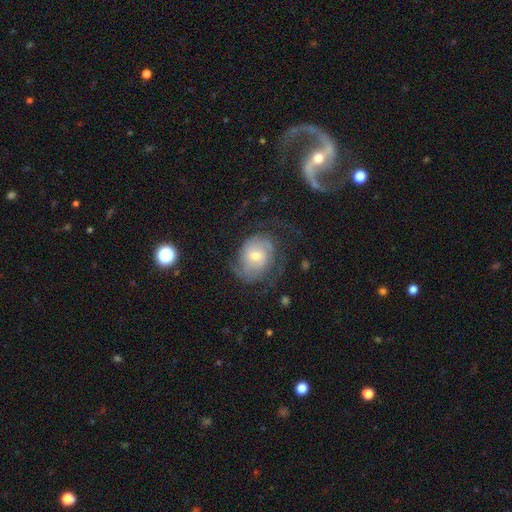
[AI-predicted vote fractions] Smooth or featured?
  - featured or disk: 70% *
  - smooth: 23%
  - star or artifact: 7%
Edge-on disk?
  - no: 97% *
  - yes: 3%
Bar?
  - no: 64% *
  - weak: 30%
  - strong: 6%
Spiral arms?
  - yes: 87% *
  - no: 13%
Spiral winding?
  - tight: 41% *
  - medium: 38%
  - loose: 21%
Spiral arm count?
  - 2: 43% *
  - can't tell: 30%
  - 3: 12%
  - 1: 8%
  - 4: 4%
  - more than 4: 4%
Bulge size?
  - moderate: 53% *
  - small: 39%
  - large: 5%
  - none: 1%
  - dominant: 1%
Merging?
  - none: 53% *
  - major disturbance: 25%
  - minor disturbance: 20%
  - merger: 2%